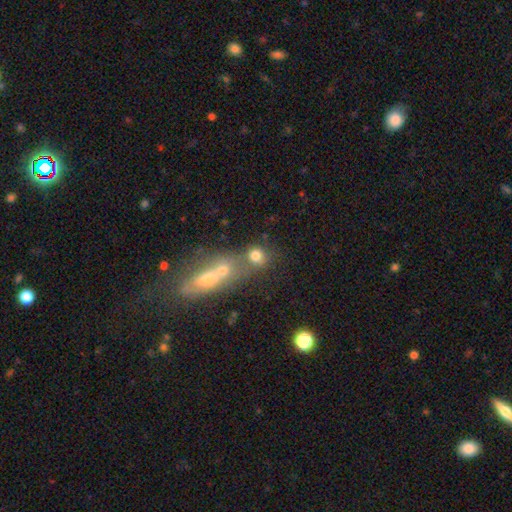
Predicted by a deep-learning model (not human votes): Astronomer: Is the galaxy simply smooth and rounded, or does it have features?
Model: smooth — 73%.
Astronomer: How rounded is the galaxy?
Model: round — 73%.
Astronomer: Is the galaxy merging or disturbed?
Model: merger — 44% (runner-up: none, 41%).